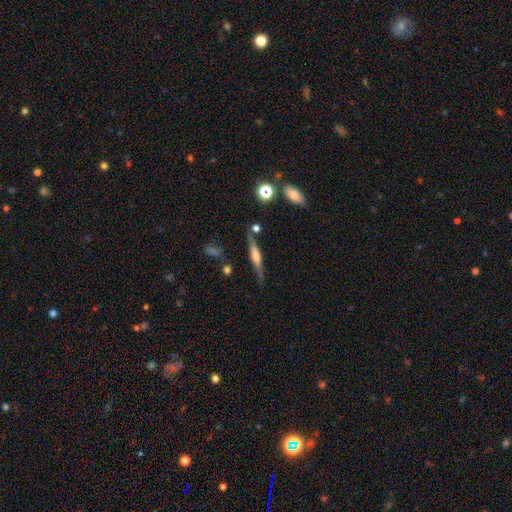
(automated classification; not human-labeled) Morphology: type=featured or disk (63%); edge-on=yes (95%); edge-on bulge=rounded (54%); merging=none (76%).